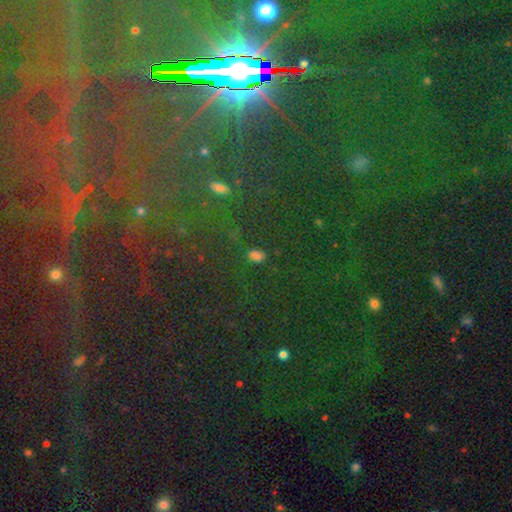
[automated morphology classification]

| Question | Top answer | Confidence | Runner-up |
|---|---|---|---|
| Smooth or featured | smooth | 62% | star or artifact (32%) |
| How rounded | in between | 79% | round (17%) |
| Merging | none | 77% | minor disturbance (13%) |